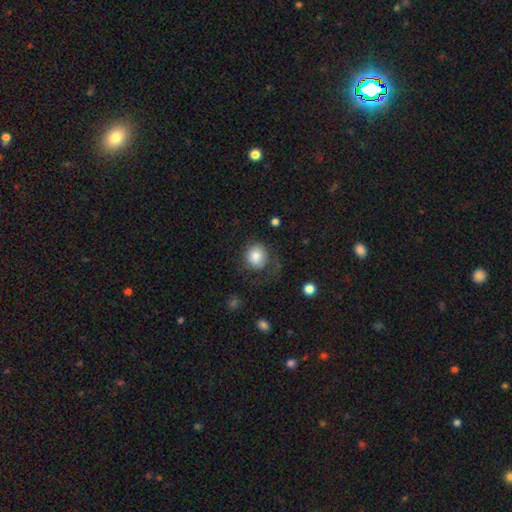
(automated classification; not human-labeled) Q: Smooth or featured?
A: smooth (80%); runner-up: featured or disk (12%)
Q: How rounded?
A: round (81%); runner-up: in between (18%)
Q: Merging?
A: none (56%); runner-up: major disturbance (23%)